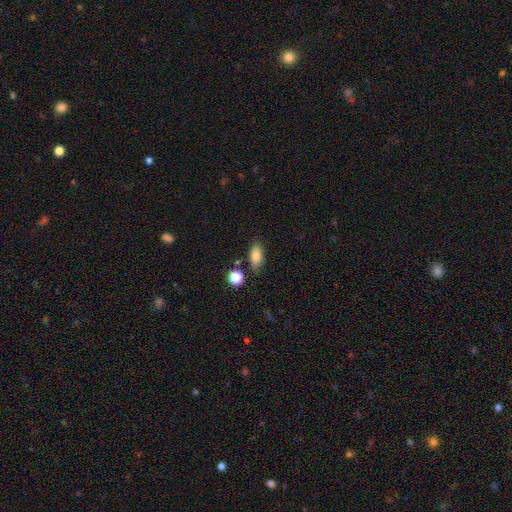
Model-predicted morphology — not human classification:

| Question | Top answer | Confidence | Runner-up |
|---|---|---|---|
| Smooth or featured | smooth | 79% | featured or disk (11%) |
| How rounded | in between | 85% | cigar-shaped (8%) |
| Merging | none | 79% | minor disturbance (13%) |